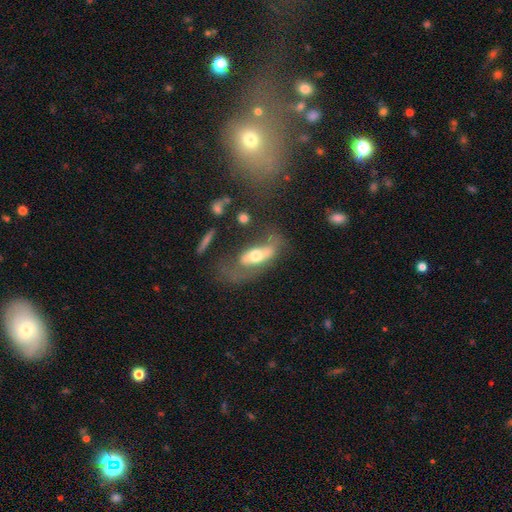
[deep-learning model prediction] A featured or disk galaxy (50%). Merging: major disturbance (38%).